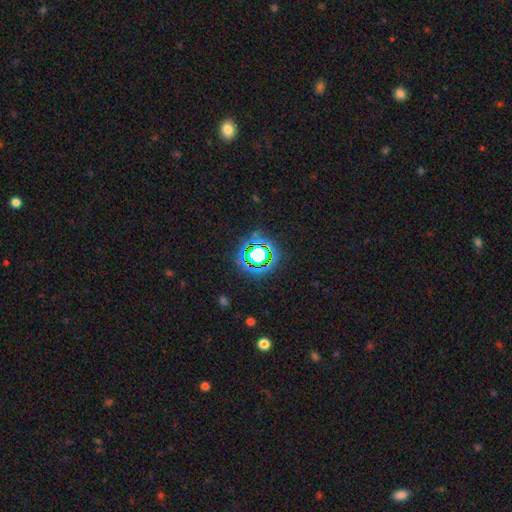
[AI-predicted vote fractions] Smooth or featured? Predicted: star or artifact (p=0.61).